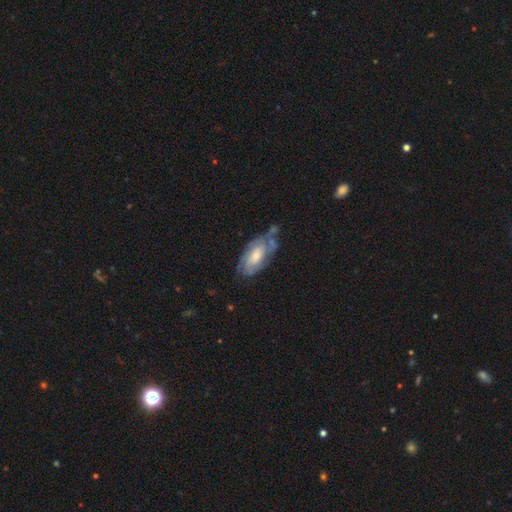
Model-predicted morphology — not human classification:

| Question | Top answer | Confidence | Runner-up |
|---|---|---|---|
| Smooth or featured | featured or disk | 64% | smooth (30%) |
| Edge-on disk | no | 92% | yes (8%) |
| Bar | no | 64% | weak (30%) |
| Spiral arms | yes | 81% | no (19%) |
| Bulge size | moderate | 47% | small (34%) |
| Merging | none | 43% | minor disturbance (31%) |